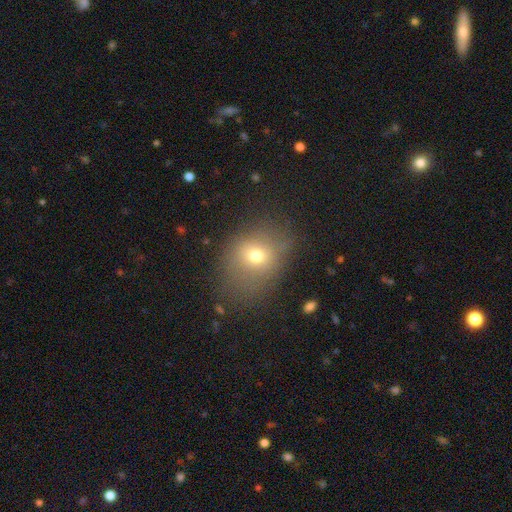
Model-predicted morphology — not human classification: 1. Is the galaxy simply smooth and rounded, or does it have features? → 66% smooth, 17% featured or disk, 17% star or artifact.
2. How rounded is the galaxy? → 50% in between, 48% round, 1% cigar-shaped.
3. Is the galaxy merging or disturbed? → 66% none, 20% minor disturbance, 12% major disturbance, 2% merger.